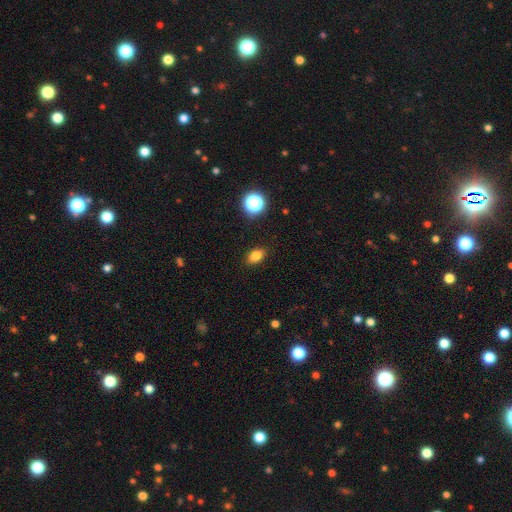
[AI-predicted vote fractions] This appears to be a smooth galaxy with no disk features (81%) that is in between round and cigar-shaped (81%). Merging: none (88%).